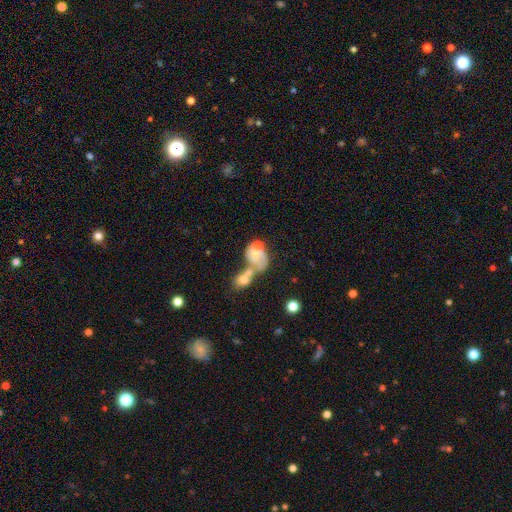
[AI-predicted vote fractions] This appears to be a smooth galaxy with no disk features (45%, tied with featured or disk). Merging: merger (61%).